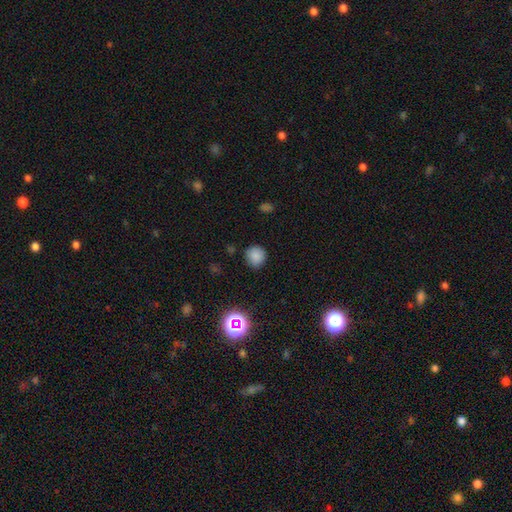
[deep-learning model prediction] smooth 81%, star or artifact 15%, featured or disk 4%. Down the decision tree: how rounded — round (90%); merging — none (85%).